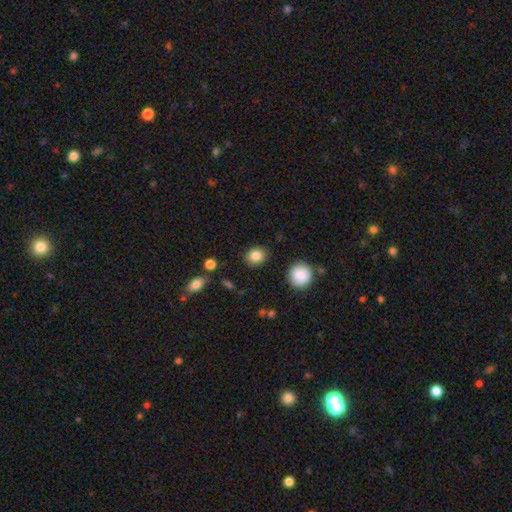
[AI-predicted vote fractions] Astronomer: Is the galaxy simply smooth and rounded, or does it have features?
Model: smooth — 84%.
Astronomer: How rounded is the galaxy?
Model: round — 64%.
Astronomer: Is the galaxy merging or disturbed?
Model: none — 87%.